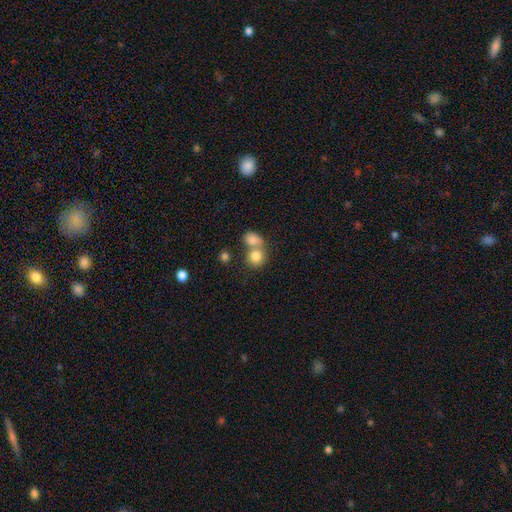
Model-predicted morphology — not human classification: A smooth galaxy with no disk features (82%) that is round (79%).

Vote fractions:
- Smooth or featured? smooth: 82% / star or artifact: 9% / featured or disk: 9%
- How rounded? round: 79% / in between: 20% / cigar-shaped: 1%
- Merging? merger: 50% / none: 40% / minor disturbance: 7% / major disturbance: 4%